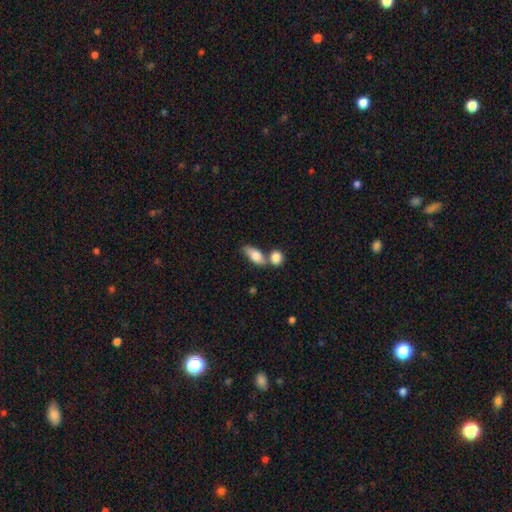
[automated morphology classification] A smooth galaxy with no disk features (78%) that is in between round and cigar-shaped (79%).

Vote fractions:
- Smooth or featured? smooth: 78% / featured or disk: 15% / star or artifact: 7%
- How rounded? in between: 79% / cigar-shaped: 12% / round: 9%
- Merging? merger: 43% / none: 39% / minor disturbance: 13% / major disturbance: 5%